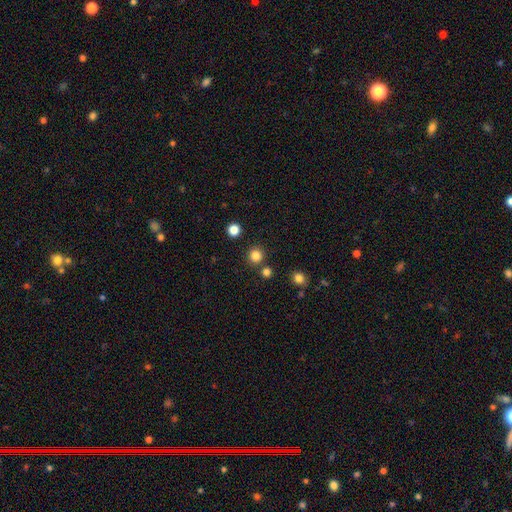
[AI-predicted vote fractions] Smooth or featured?
  - smooth: 82% *
  - star or artifact: 14%
  - featured or disk: 4%
How rounded?
  - round: 94% *
  - in between: 5%
  - cigar-shaped: 1%
Merging?
  - none: 87% *
  - merger: 6%
  - minor disturbance: 5%
  - major disturbance: 2%